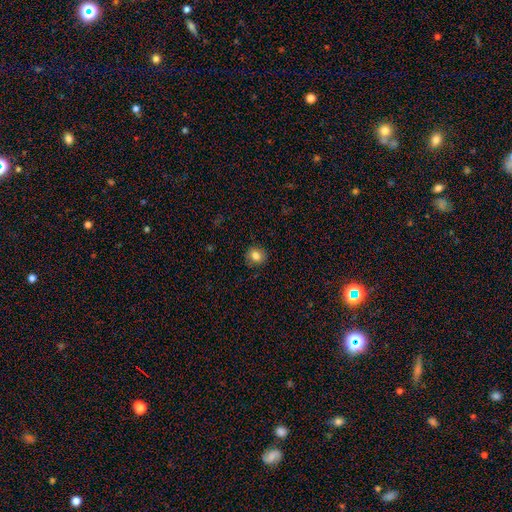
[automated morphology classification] Smooth or featured?
  - smooth: 82% *
  - star or artifact: 10%
  - featured or disk: 7%
How rounded?
  - round: 79% *
  - in between: 20%
  - cigar-shaped: 1%
Merging?
  - none: 87% *
  - minor disturbance: 10%
  - major disturbance: 2%
  - merger: 1%